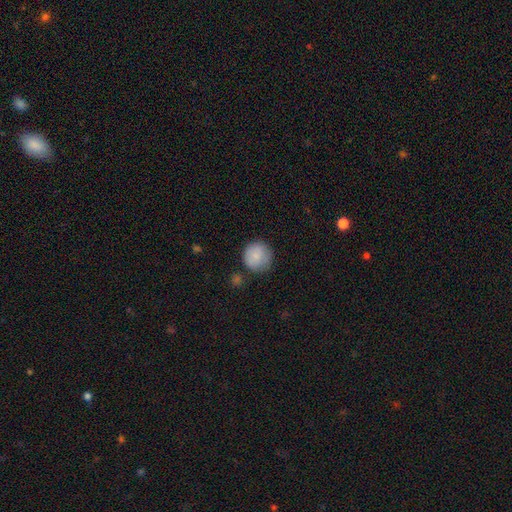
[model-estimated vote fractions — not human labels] Smooth or featured?
  - smooth: 84% *
  - featured or disk: 9%
  - star or artifact: 7%
How rounded?
  - round: 93% *
  - in between: 6%
  - cigar-shaped: 1%
Merging?
  - none: 73% *
  - minor disturbance: 19%
  - major disturbance: 4%
  - merger: 4%